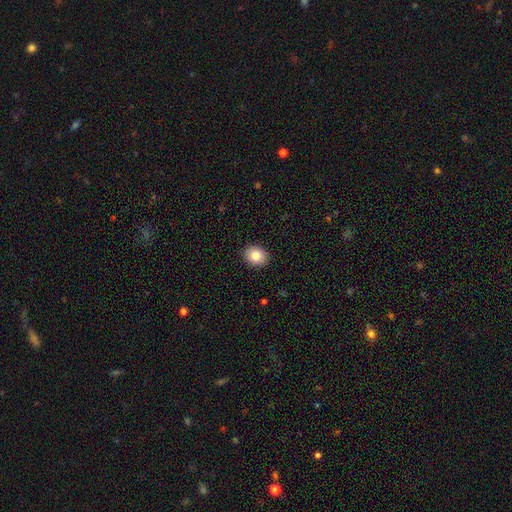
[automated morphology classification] smooth_or_featured: smooth (p=0.82) [alt: star or artifact p=0.09]
how_rounded: round (p=0.60) [alt: in between p=0.40]
merging: none (p=0.91) [alt: minor disturbance p=0.06]